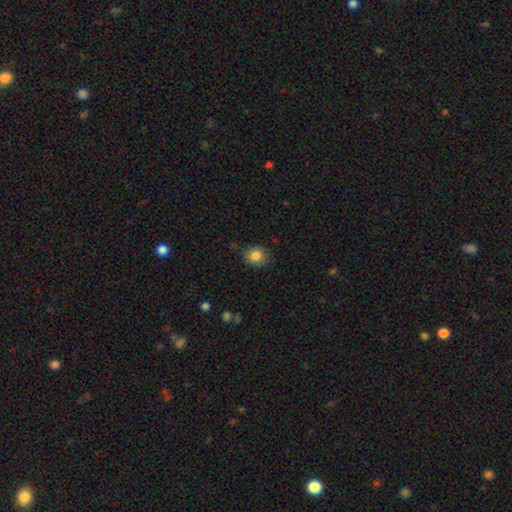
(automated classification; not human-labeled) Morphology: type=smooth (83%); roundness=round (73%); merging=none (83%).